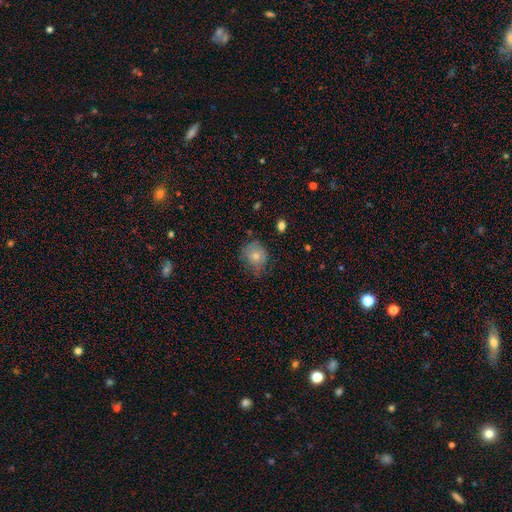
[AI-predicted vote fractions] Morphology: type=smooth (75%); roundness=round (68%); merging=none (58%).